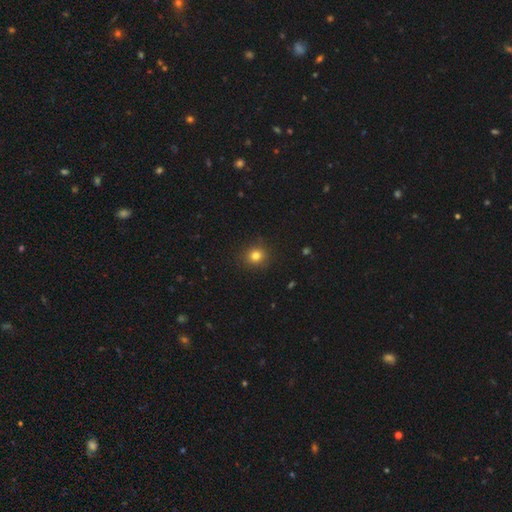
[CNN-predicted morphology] A smooth galaxy with no disk features (80%) that is round (87%). Merging: none (90%).